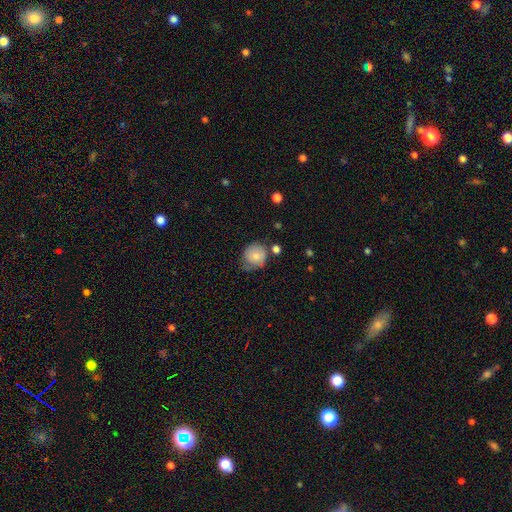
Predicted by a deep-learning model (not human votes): A smooth galaxy with no disk features (74%) that is round (81%). Merging: none (51%).